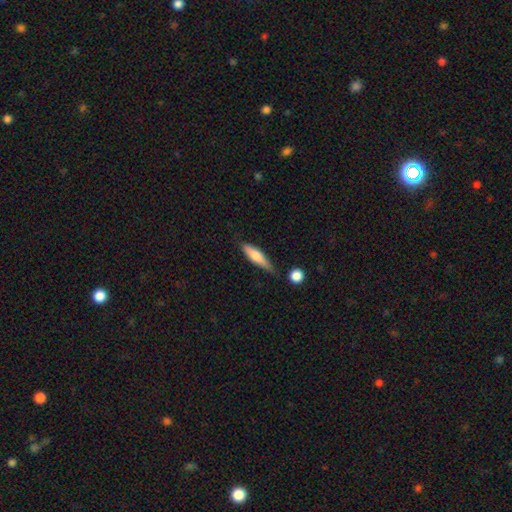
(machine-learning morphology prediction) Smooth or featured: smooth — 64% (featured or disk — 30%)
How rounded: cigar-shaped — 69% (in between — 29%)
Merging: none — 69% (minor disturbance — 21%)